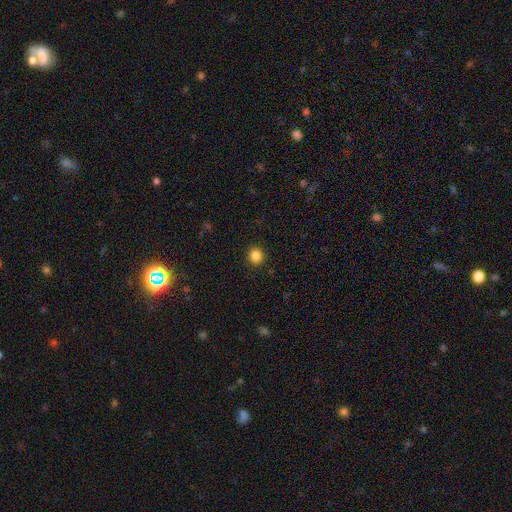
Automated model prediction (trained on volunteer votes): Smooth or featured: smooth — 85% (star or artifact — 11%)
How rounded: round — 83% (in between — 16%)
Merging: none — 91% (minor disturbance — 6%)